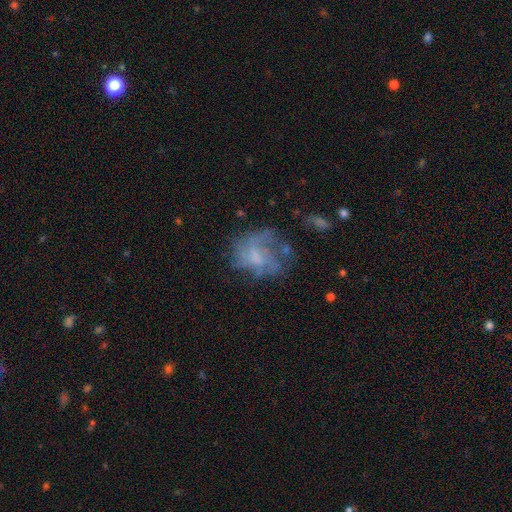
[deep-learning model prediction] Morphology: type=featured or disk (58%); edge-on=no (98%); bar=no (66%); spiral arms=no (52%); bulge=none (48%); merging=none (44%).